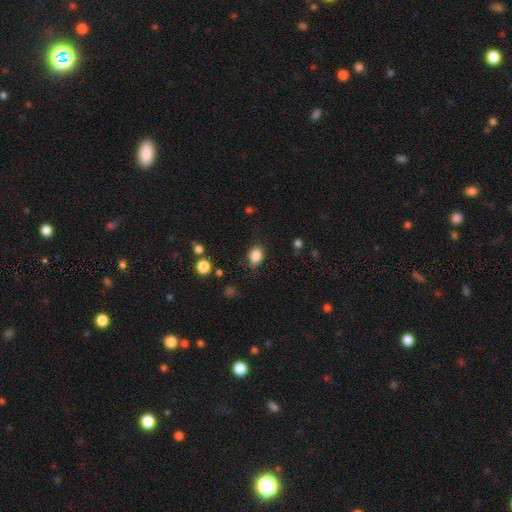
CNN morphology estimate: Smooth or featured: smooth — 86% (star or artifact — 9%)
How rounded: in between — 75% (round — 23%)
Merging: none — 81% (minor disturbance — 14%)